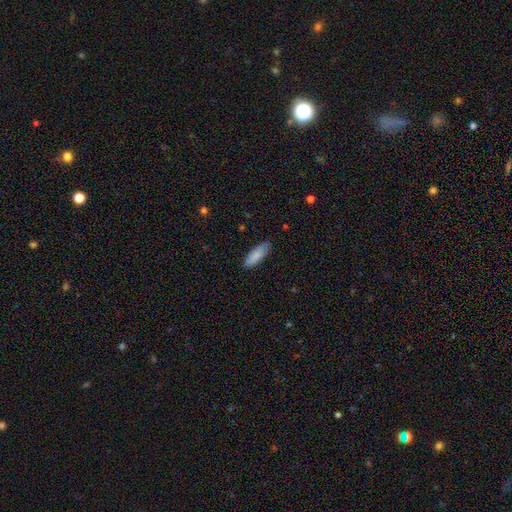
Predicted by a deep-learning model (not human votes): This appears to be a smooth galaxy with no disk features (87%) that is in between round and cigar-shaped (61%). Merging: none (86%).